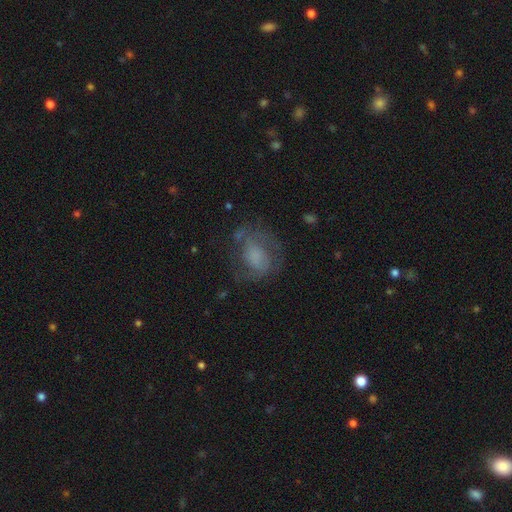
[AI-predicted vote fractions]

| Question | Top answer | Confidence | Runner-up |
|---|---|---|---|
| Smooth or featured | featured or disk | 49% | smooth (39%) |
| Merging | none | 53% | major disturbance (23%) |